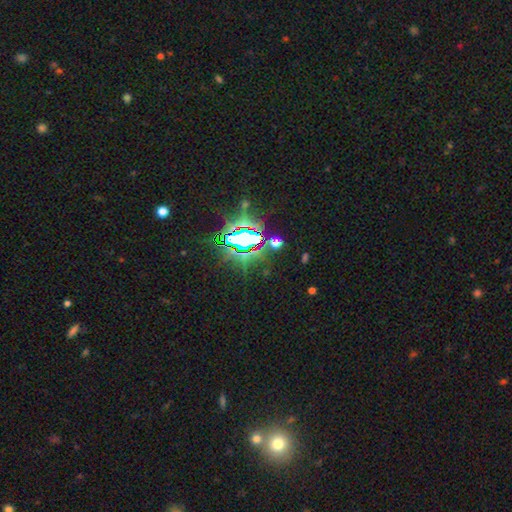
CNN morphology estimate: Smooth or featured? Predicted: star or artifact (p=0.82).